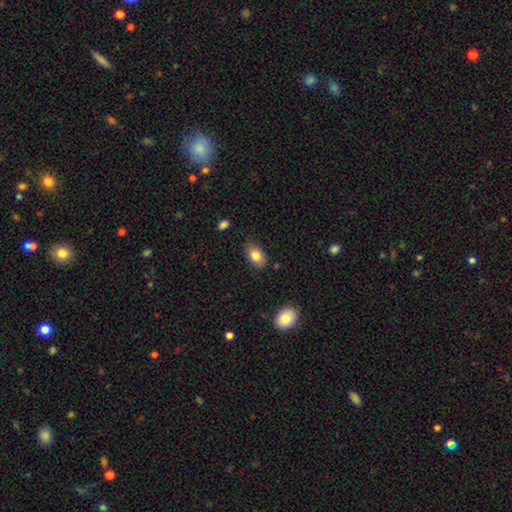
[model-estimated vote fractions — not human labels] Smooth or featured: smooth — 83% (featured or disk — 9%)
How rounded: in between — 82% (round — 16%)
Merging: none — 76% (minor disturbance — 19%)